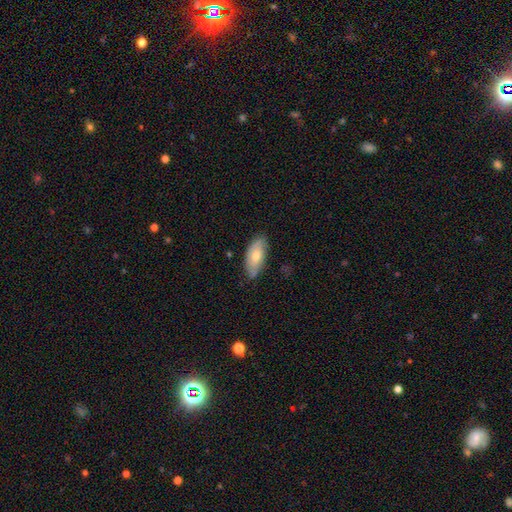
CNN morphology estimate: Smooth or featured? Predicted: smooth (p=0.65). How rounded? Predicted: in between (p=0.90). Merging? Predicted: none (p=0.72).